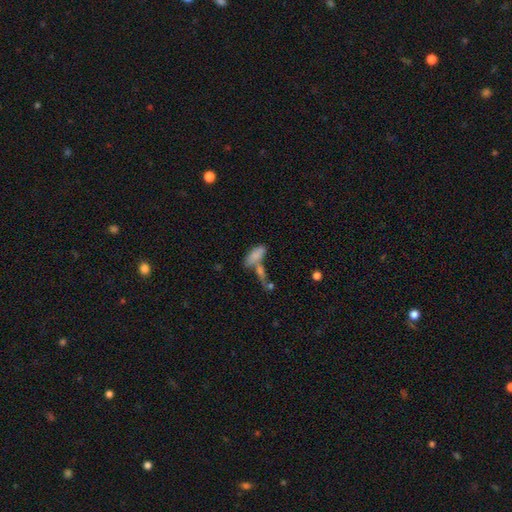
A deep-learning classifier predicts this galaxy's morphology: The model was most divided on "merging": merger: 44%, none: 37%, minor disturbance: 13%, major disturbance: 6%. More confident: how rounded — in between (79%); smooth or featured — smooth (78%).